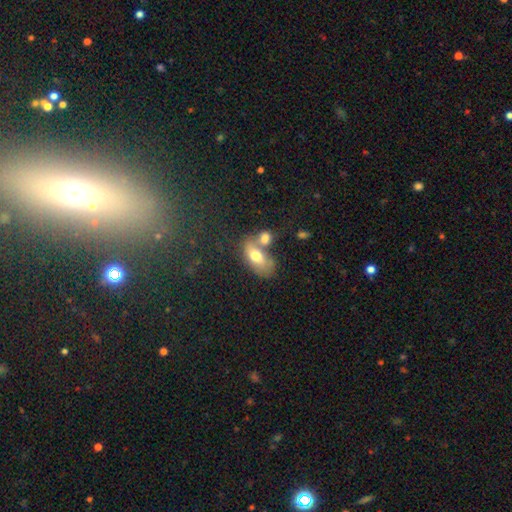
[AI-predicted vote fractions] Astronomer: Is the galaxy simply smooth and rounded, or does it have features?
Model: smooth — 67%.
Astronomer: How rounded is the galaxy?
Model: in between — 89%.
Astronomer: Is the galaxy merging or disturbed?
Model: merger — 52%.